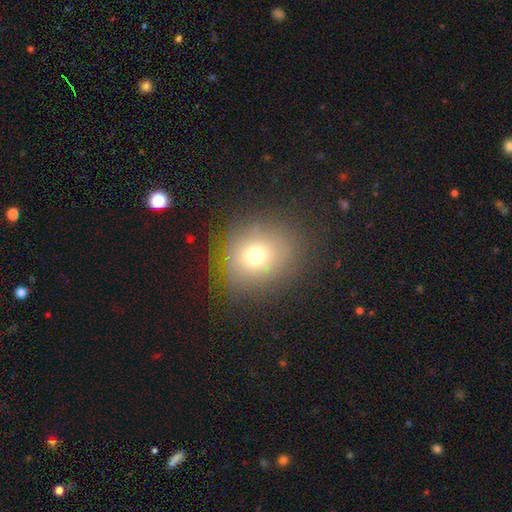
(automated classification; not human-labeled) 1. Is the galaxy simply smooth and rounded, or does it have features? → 70% smooth, 16% star or artifact, 14% featured or disk.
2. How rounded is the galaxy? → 75% round, 24% in between, 1% cigar-shaped.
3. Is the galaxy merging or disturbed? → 78% none, 14% minor disturbance, 6% major disturbance, 1% merger.